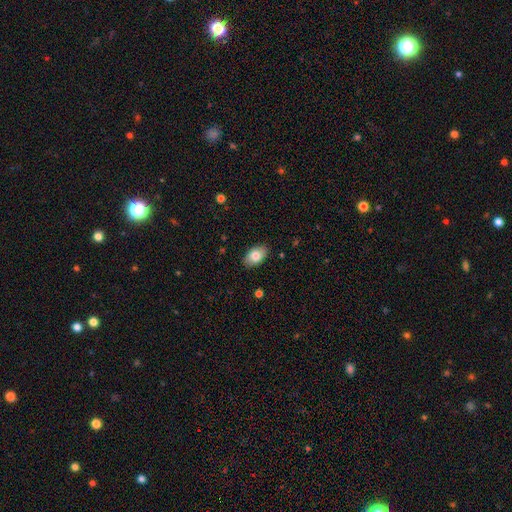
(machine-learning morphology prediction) Overall: smooth (80%). How rounded: in between (92%). Merging: none (87%).